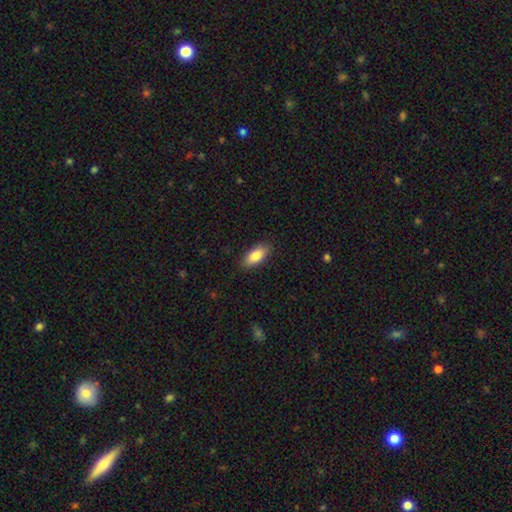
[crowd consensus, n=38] Smooth or featured? smooth (79%)
How rounded? in between (87%)
Merging? none (92%)